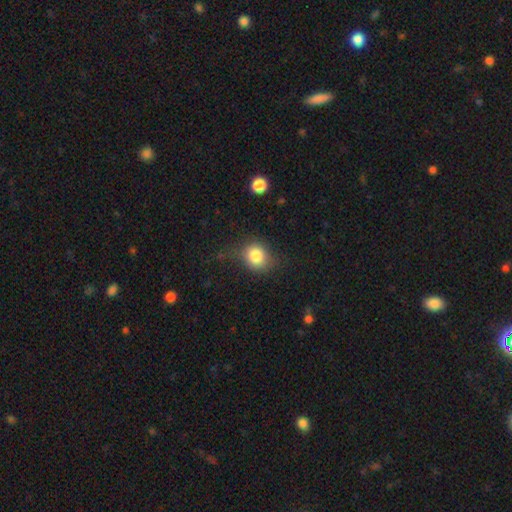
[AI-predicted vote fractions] smooth 82%, star or artifact 10%, featured or disk 8%. Down the decision tree: how rounded — round (68%); merging — none (67%).